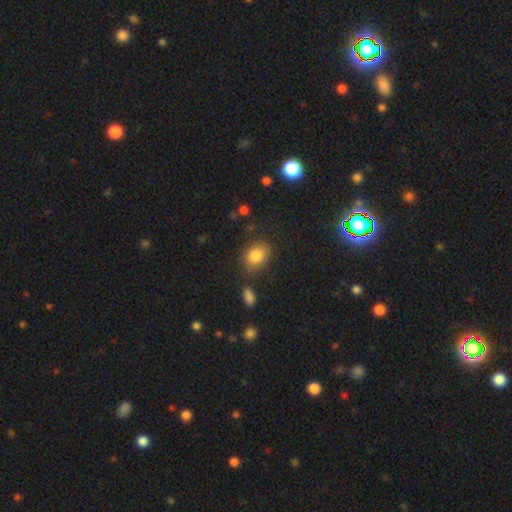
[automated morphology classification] A smooth galaxy with no disk features (84%) that is in between round and cigar-shaped (66%). Merging: none (74%).